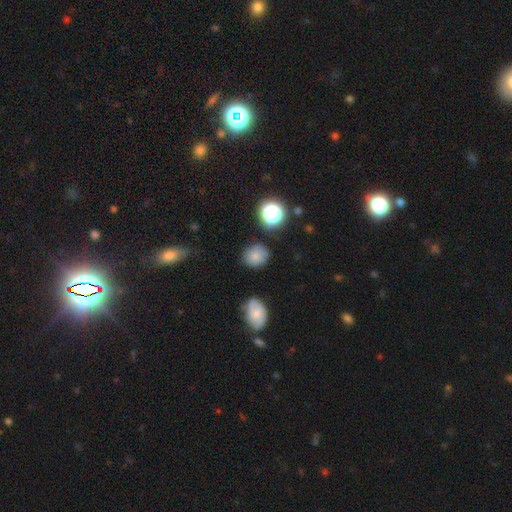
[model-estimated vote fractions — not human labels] Smooth or featured?
  - smooth: 80% *
  - star or artifact: 12%
  - featured or disk: 8%
How rounded?
  - round: 71% *
  - in between: 28%
  - cigar-shaped: 1%
Merging?
  - none: 79% *
  - minor disturbance: 14%
  - major disturbance: 4%
  - merger: 3%